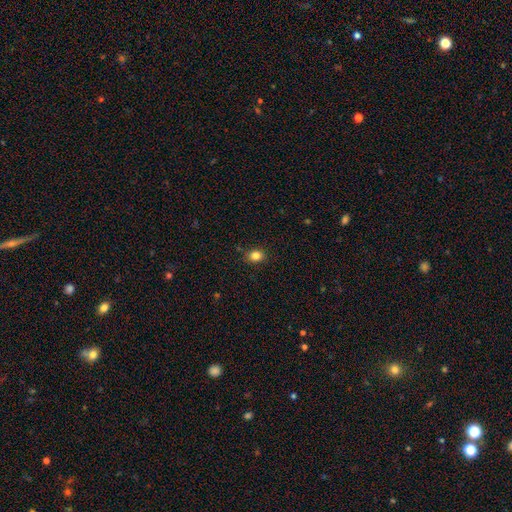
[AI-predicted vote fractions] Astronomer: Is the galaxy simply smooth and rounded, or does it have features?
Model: smooth — 84%.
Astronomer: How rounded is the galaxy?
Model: round — 56% (runner-up: in between, 43%).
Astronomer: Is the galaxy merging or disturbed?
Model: none — 87%.